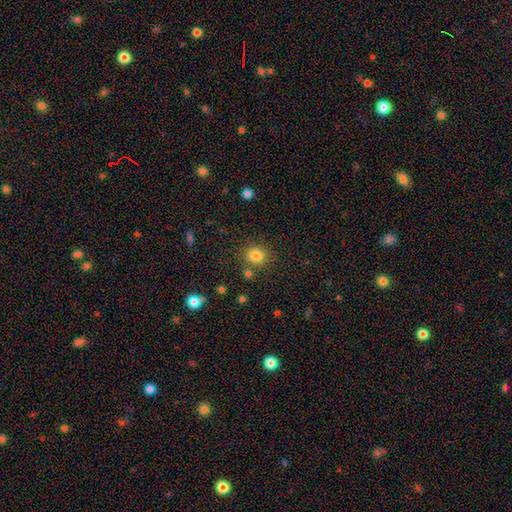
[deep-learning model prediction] smooth 82%, star or artifact 12%, featured or disk 6%. Down the decision tree: how rounded — round (79%); merging — none (80%).